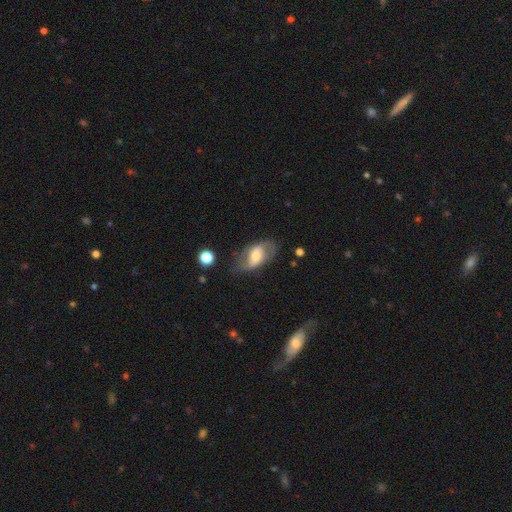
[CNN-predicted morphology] This is possibly a featured or disk galaxy (57%). It is clearly not viewed edge-on (91%). Bar: marginally weak (40%). Spiral arm pattern: likely yes (72%). Central bulge: possibly moderate (46%). Merging: likely none (62%).